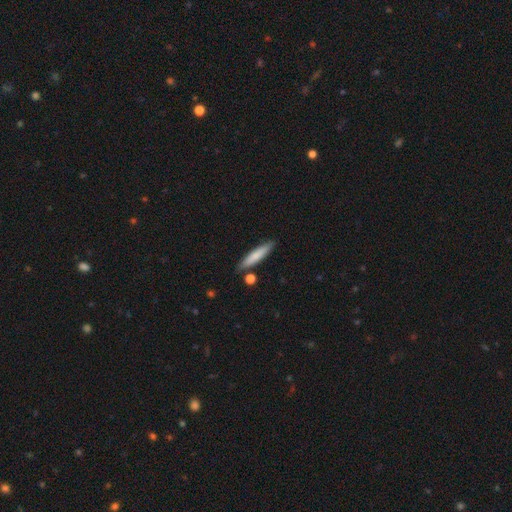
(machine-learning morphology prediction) Smooth or featured: smooth — 75% (featured or disk — 19%)
How rounded: cigar-shaped — 86% (in between — 12%)
Merging: none — 83% (minor disturbance — 11%)